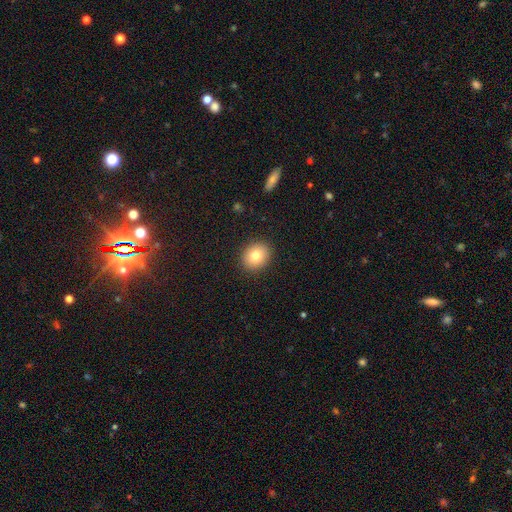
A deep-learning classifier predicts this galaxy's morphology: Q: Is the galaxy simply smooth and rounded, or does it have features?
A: smooth — 81%.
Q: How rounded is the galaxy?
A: round — 64%.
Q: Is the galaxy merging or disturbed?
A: none — 90%.